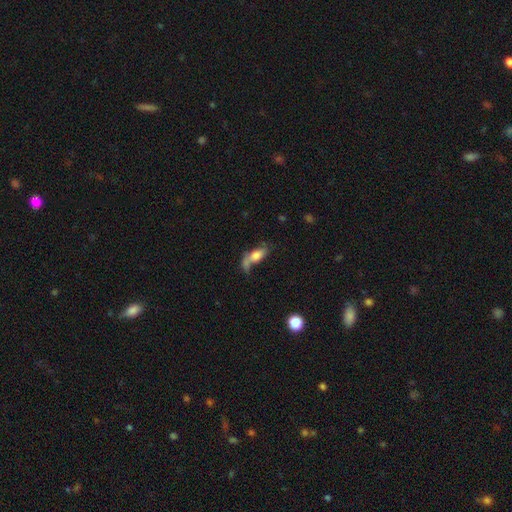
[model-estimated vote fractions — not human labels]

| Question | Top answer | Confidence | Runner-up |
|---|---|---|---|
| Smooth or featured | smooth | 65% | featured or disk (25%) |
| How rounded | in between | 77% | cigar-shaped (16%) |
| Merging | none | 31% | merger (27%) |